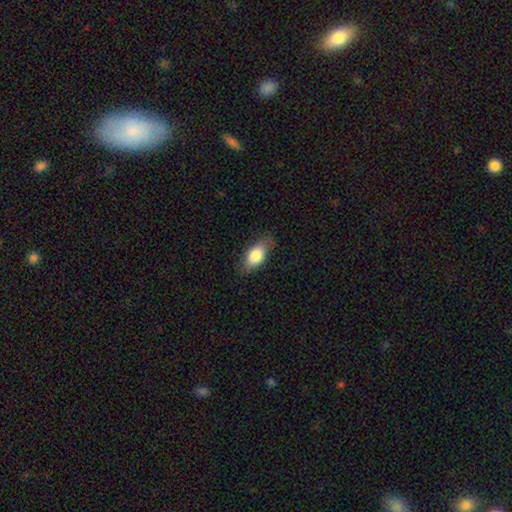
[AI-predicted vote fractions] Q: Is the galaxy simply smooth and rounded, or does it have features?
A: smooth — 81%.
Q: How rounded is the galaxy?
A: in between — 88%.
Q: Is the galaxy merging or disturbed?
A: none — 76%.